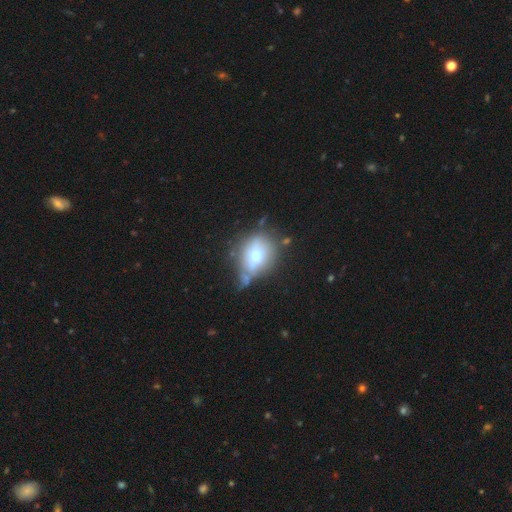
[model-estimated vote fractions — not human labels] Smooth or featured? Predicted: smooth (p=0.59). How rounded? Predicted: round (p=0.58). Merging? Predicted: none (p=0.48).